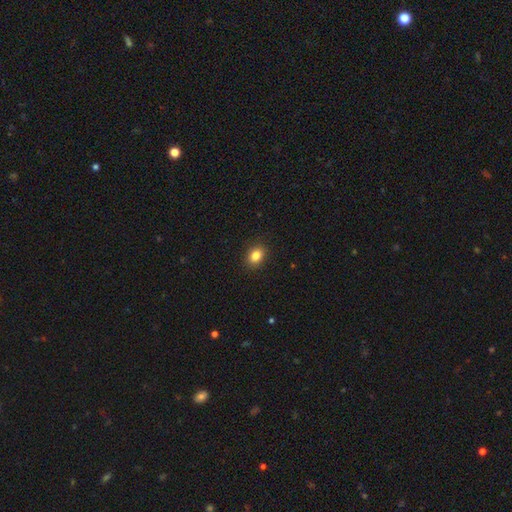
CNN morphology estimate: Smooth or featured? smooth (84%)
How rounded? in between (60%)
Merging? none (90%)